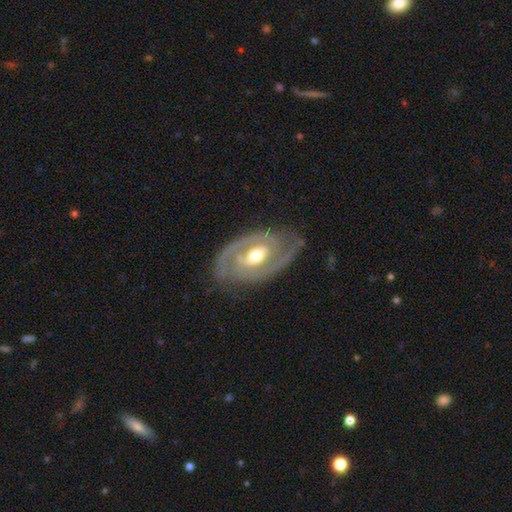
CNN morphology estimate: smooth-or-featured: featured or disk: 88% | smooth: 7% | star or artifact: 5%
  disk-edge-on: no: 96% | yes: 4%
    bar: no: 40% | weak: 39% | strong: 22%
    has-spiral-arms: yes: 92% | no: 8%
      spiral-winding: tight: 57% | medium: 35% | loose: 8%
      spiral-arm-count: 2: 84% | can't tell: 7% | 3: 3% | 1: 3% | 4: 1% | more than 4: 1%
    bulge-size: moderate: 75% | small: 13% | large: 11% | dominant: 1% | none: 1%
  merging: none: 79% | minor disturbance: 15% | major disturbance: 5% | merger: 1%